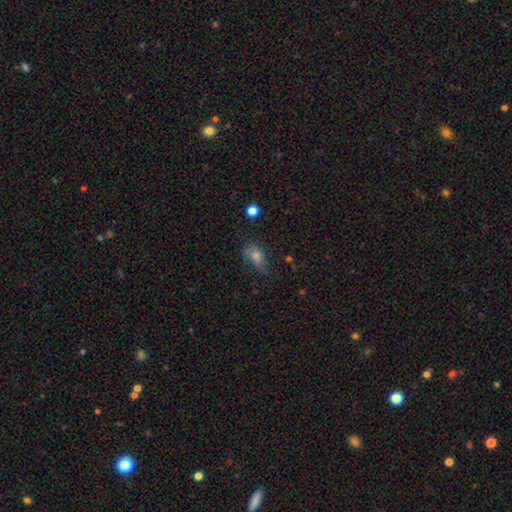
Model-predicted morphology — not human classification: smooth_or_featured: smooth (p=0.57) [alt: featured or disk p=0.26]
how_rounded: in between (p=0.73) [alt: round p=0.22]
merging: none (p=0.44) [alt: minor disturbance p=0.32]